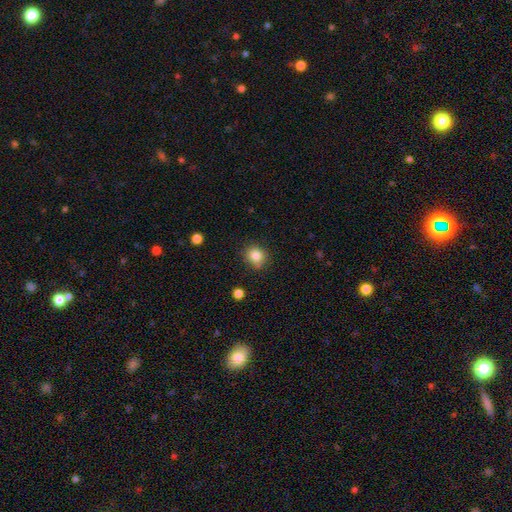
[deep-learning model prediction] Smooth or featured? Predicted: smooth (p=0.85). How rounded? Predicted: round (p=0.75). Merging? Predicted: none (p=0.80).